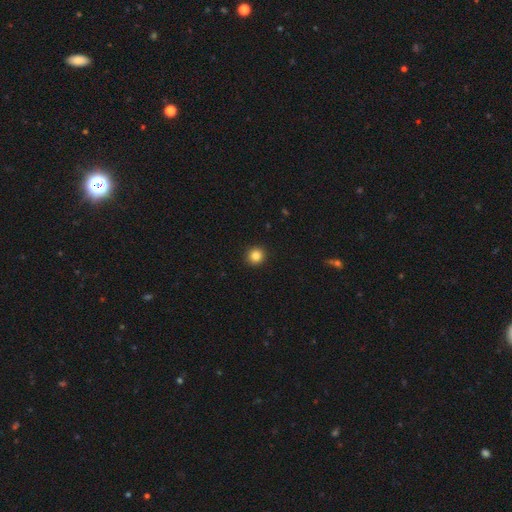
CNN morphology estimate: This is clearly a smooth galaxy (85%). How rounded: clearly round (93%). Merging: clearly none (93%).